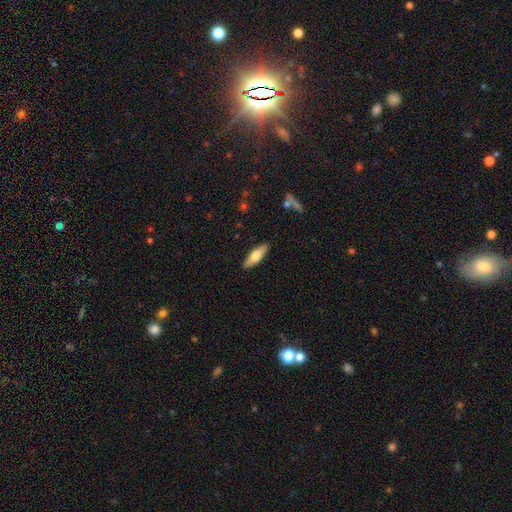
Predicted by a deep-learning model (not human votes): smooth-or-featured: smooth: 55% | featured or disk: 40% | star or artifact: 6%
  how-rounded: cigar-shaped: 52% | in between: 46% | round: 2%
  merging: none: 89% | minor disturbance: 8% | major disturbance: 2% | merger: 1%